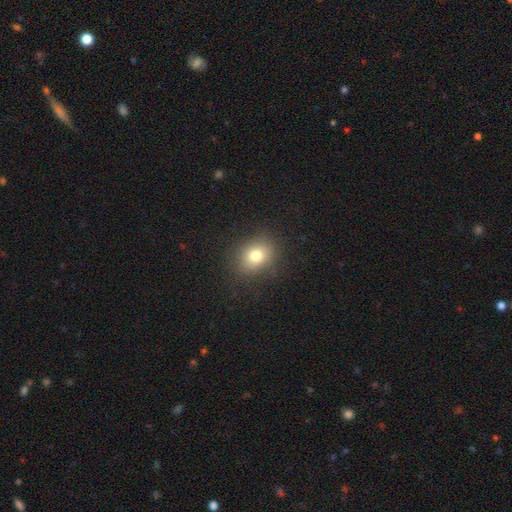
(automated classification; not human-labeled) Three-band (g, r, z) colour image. It shows a smooth galaxy with no disk features (78%) that is round (51%). Merging: none (85%).